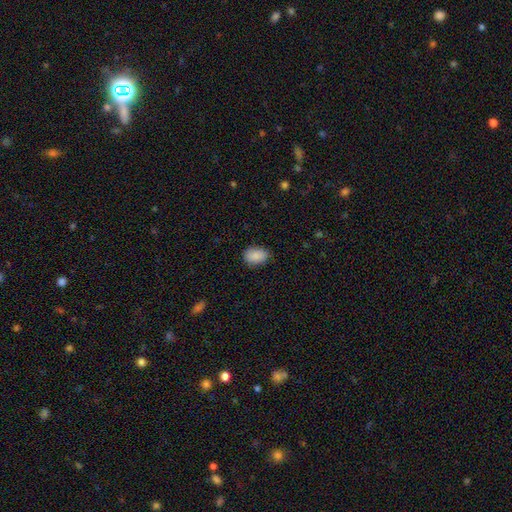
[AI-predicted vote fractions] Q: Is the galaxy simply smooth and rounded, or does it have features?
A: smooth — 88%.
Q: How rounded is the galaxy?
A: in between — 84%.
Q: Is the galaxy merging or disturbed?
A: none — 82%.